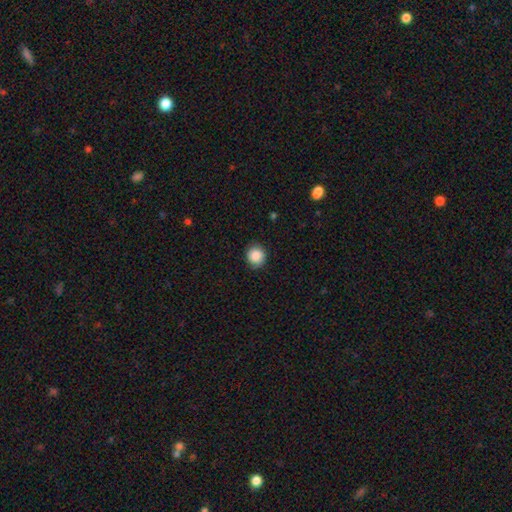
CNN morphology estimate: smooth 88%, star or artifact 8%, featured or disk 4%. Down the decision tree: how rounded — round (90%); merging — none (86%).